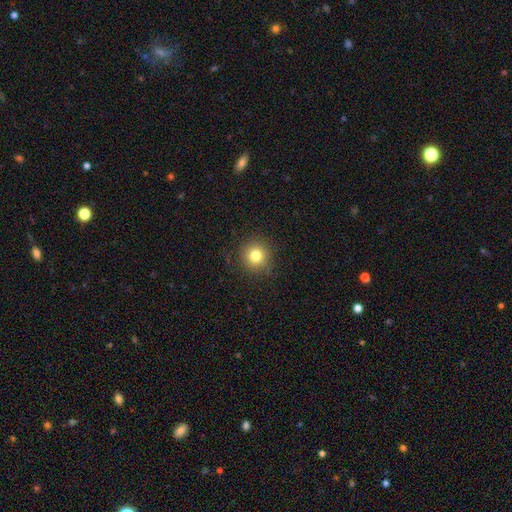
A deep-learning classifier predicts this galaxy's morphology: smooth_or_featured: smooth (p=0.80) [alt: star or artifact p=0.13]
how_rounded: round (p=0.94) [alt: in between p=0.05]
merging: none (p=0.90) [alt: minor disturbance p=0.07]